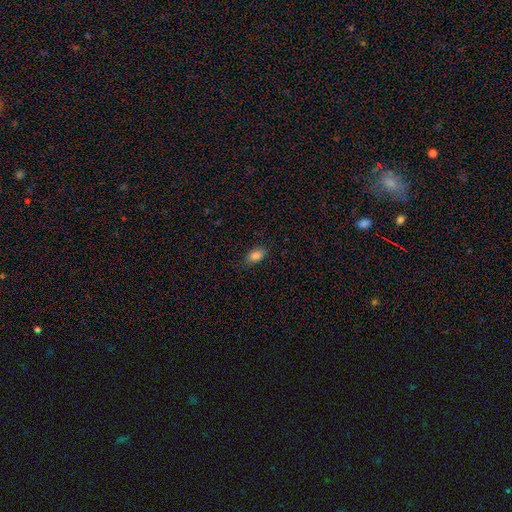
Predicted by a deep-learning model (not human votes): A smooth galaxy with no disk features (86%) that is in between round and cigar-shaped (90%).

Vote fractions:
- Smooth or featured? smooth: 86% / star or artifact: 9% / featured or disk: 4%
- How rounded? in between: 90% / round: 6% / cigar-shaped: 4%
- Merging? none: 80% / minor disturbance: 15% / major disturbance: 3% / merger: 1%